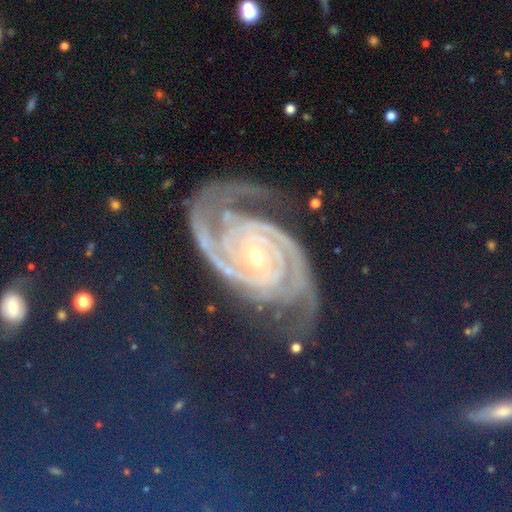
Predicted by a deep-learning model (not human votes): Q: Smooth or featured?
A: featured or disk (61%); runner-up: star or artifact (26%)
Q: Edge-on disk?
A: no (95%); runner-up: yes (5%)
Q: Bar?
A: no (67%); runner-up: weak (20%)
Q: Spiral arms?
A: yes (96%); runner-up: no (4%)
Q: Spiral winding?
A: tight (56%); runner-up: medium (29%)
Q: Spiral arm count?
A: 2 (71%); runner-up: 3 (6%)
Q: Bulge size?
A: small (70%); runner-up: moderate (22%)
Q: Merging?
A: none (67%); runner-up: minor disturbance (18%)